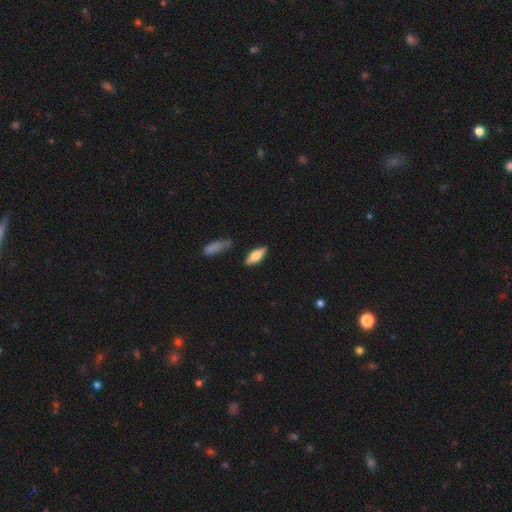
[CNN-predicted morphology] Smooth or featured?
  - smooth: 55% *
  - featured or disk: 38%
  - star or artifact: 6%
How rounded?
  - in between: 58% *
  - cigar-shaped: 39%
  - round: 3%
Merging?
  - none: 84% *
  - minor disturbance: 11%
  - merger: 3%
  - major disturbance: 3%